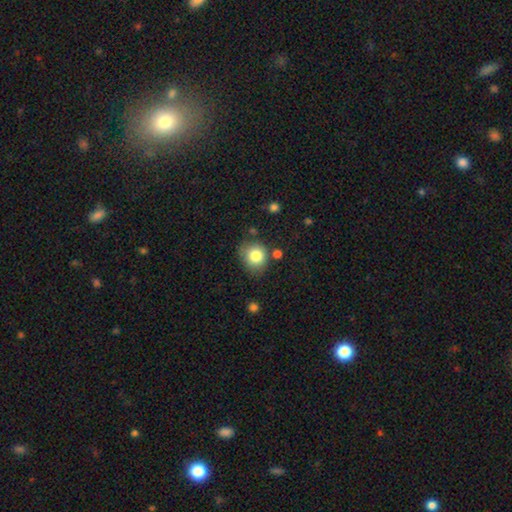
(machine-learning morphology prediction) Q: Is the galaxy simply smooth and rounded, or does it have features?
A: smooth — 83%.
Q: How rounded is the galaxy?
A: round — 76%.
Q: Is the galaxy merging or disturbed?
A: none — 71%.